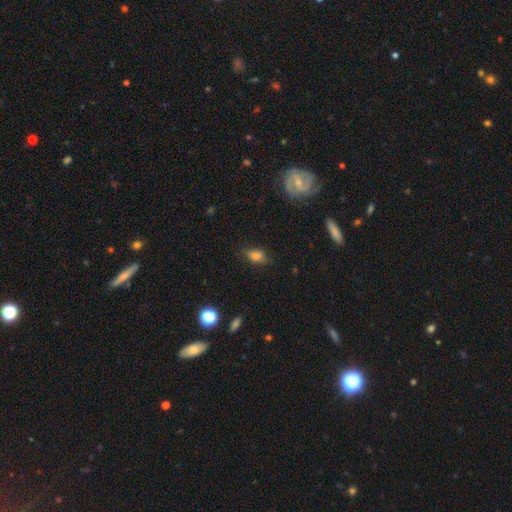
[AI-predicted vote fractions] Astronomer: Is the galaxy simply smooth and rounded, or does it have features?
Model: smooth — 77%.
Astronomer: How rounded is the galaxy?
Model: in between — 81%.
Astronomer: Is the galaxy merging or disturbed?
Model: none — 71%.